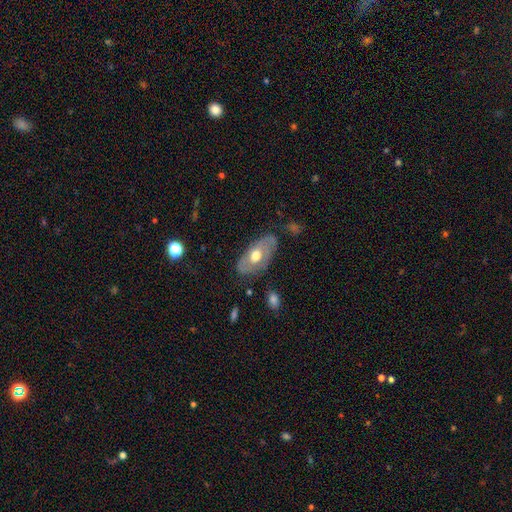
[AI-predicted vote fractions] Smooth or featured? Predicted: featured or disk (p=0.50). Merging? Predicted: none (p=0.69).